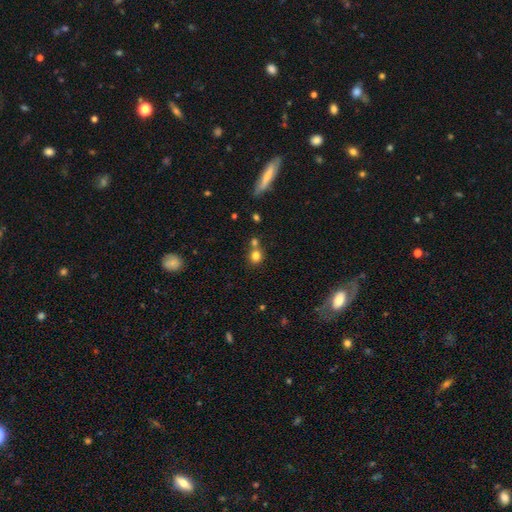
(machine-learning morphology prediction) Overall: smooth (79%). How rounded: round (83%). Merging: none (56%; merger 32%).